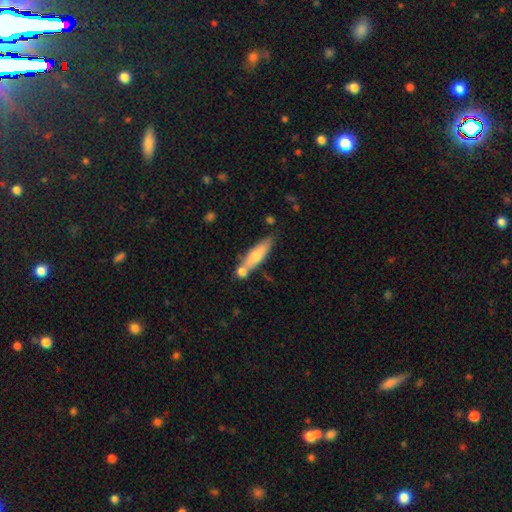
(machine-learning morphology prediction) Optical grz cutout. It shows a smooth galaxy with no disk features (63%) that is cigar-shaped (69%). Merging: none (58%).